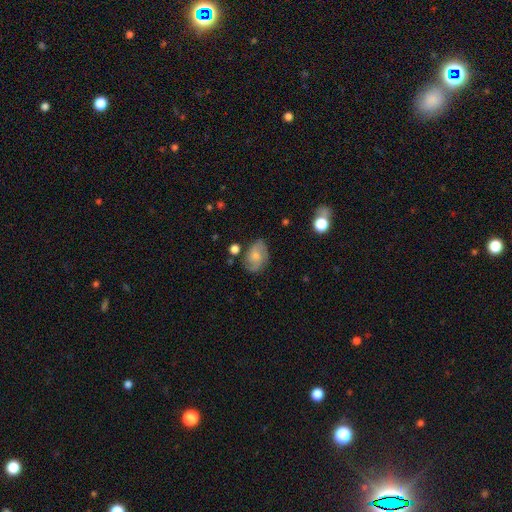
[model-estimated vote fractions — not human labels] This appears to be a smooth galaxy with no disk features (49%). Merging: none (65%).